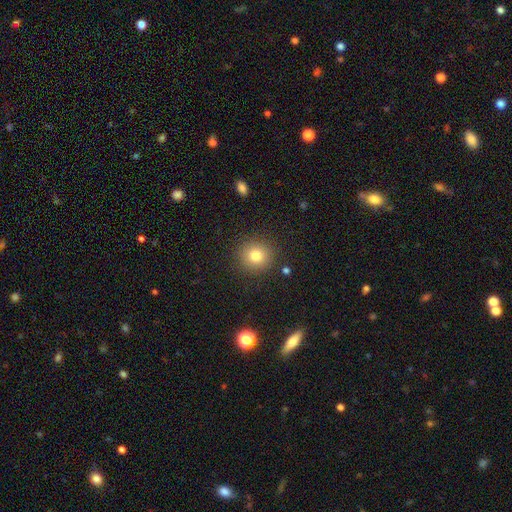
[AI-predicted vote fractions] Smooth or featured? Predicted: smooth (p=0.80). How rounded? Predicted: round (p=0.90). Merging? Predicted: none (p=0.89).